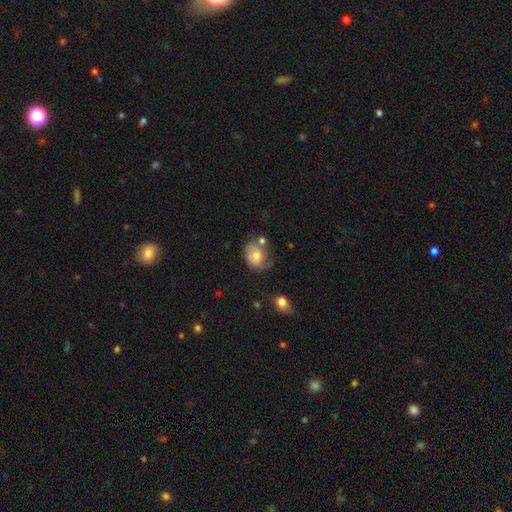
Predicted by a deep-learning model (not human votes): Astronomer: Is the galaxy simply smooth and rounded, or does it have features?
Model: smooth — 64%.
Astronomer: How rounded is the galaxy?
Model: in between — 59% (runner-up: round, 40%).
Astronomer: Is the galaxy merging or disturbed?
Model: none — 34% (runner-up: minor disturbance, 31%).